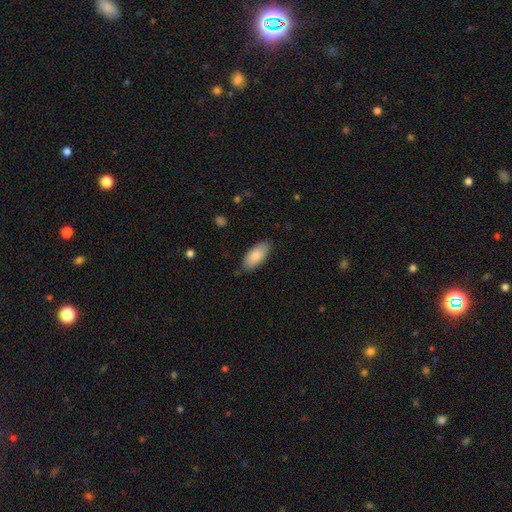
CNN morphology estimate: This is clearly a smooth galaxy (85%). How rounded: clearly in between (89%). Merging: clearly none (82%).